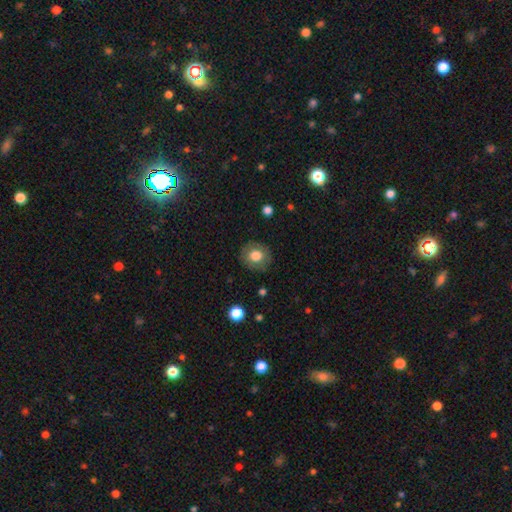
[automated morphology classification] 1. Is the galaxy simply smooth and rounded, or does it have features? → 75% smooth, 17% featured or disk, 8% star or artifact.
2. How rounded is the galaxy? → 82% round, 17% in between, 1% cigar-shaped.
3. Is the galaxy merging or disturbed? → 85% none, 11% minor disturbance, 4% major disturbance, 1% merger.